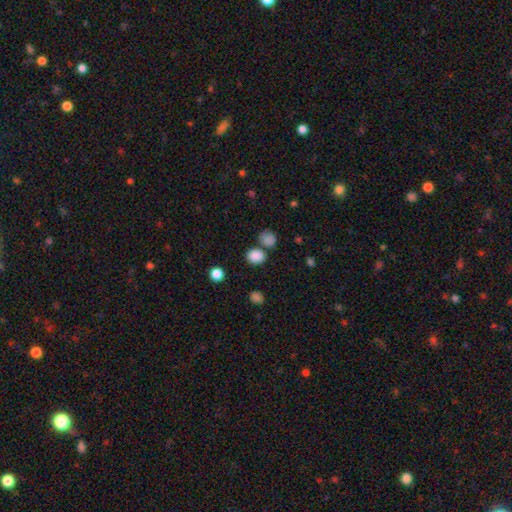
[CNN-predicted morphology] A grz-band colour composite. It shows a smooth galaxy with no disk features (84%) that is round (58%). Merging: none (70%).